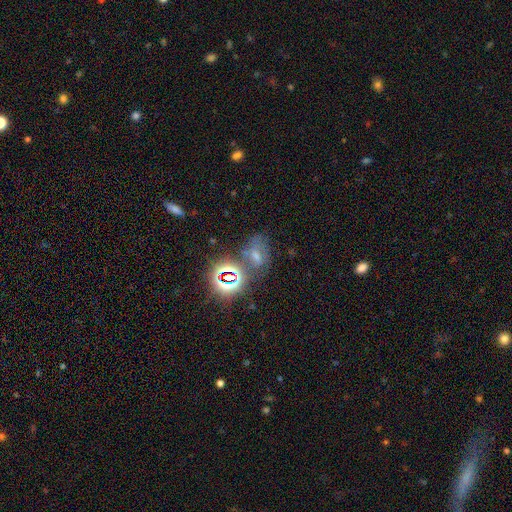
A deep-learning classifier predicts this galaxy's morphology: The model was most divided on "smooth or featured": star or artifact: 50%, smooth: 28%, featured or disk: 22%.